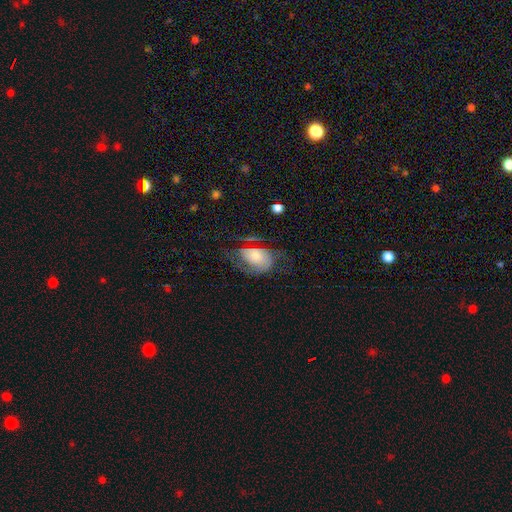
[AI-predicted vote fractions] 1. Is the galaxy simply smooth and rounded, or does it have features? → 58% featured or disk, 33% smooth, 9% star or artifact.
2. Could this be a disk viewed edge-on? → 96% no, 4% yes.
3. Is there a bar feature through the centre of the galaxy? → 75% no, 20% weak, 5% strong.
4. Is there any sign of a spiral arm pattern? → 80% yes, 20% no.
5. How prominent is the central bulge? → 39% small, 36% moderate, 14% large, 6% none, 4% dominant.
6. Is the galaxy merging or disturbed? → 45% none, 29% major disturbance, 24% minor disturbance, 3% merger.